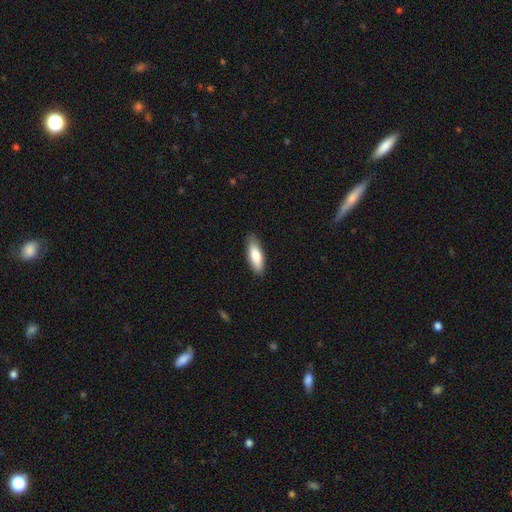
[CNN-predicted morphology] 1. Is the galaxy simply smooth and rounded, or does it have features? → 81% smooth, 14% featured or disk, 5% star or artifact.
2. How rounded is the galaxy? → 58% in between, 40% cigar-shaped, 2% round.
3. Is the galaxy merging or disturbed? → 85% none, 12% minor disturbance, 2% major disturbance, 1% merger.